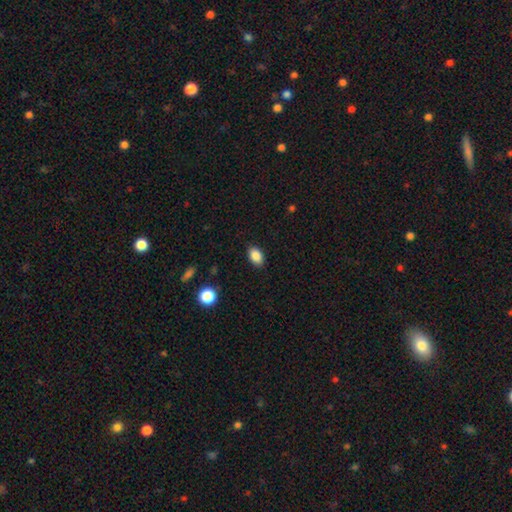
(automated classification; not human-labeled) smooth-or-featured: smooth: 87% | star or artifact: 9% | featured or disk: 4%
  how-rounded: in between: 87% | round: 11% | cigar-shaped: 1%
  merging: none: 87% | minor disturbance: 10% | major disturbance: 2% | merger: 1%